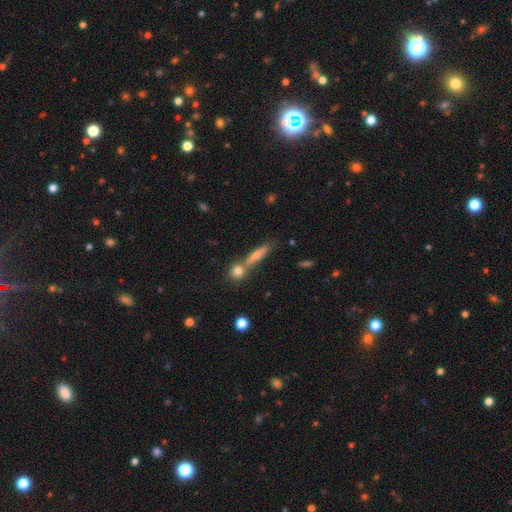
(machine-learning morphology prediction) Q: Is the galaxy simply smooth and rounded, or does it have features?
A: smooth — 54%.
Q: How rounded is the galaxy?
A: cigar-shaped — 75%.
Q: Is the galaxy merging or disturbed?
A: none — 60%.